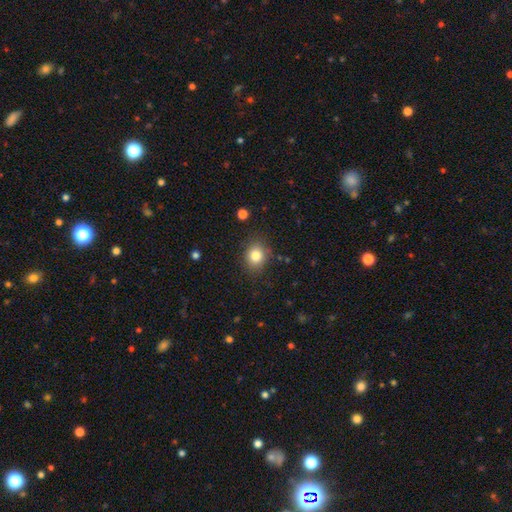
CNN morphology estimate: Q: Smooth or featured?
A: smooth (82%); runner-up: star or artifact (11%)
Q: How rounded?
A: round (68%); runner-up: in between (32%)
Q: Merging?
A: none (83%); runner-up: minor disturbance (12%)